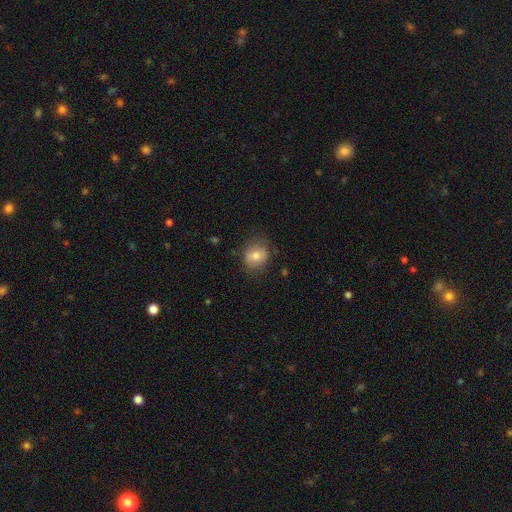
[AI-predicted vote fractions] This appears to be a smooth galaxy with no disk features (74%) that is round (65%). Merging: none (76%).